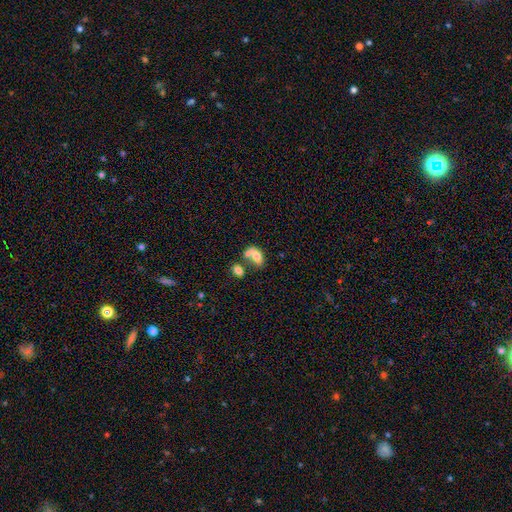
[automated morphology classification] Smooth or featured?
  - smooth: 64% *
  - featured or disk: 26%
  - star or artifact: 9%
How rounded?
  - in between: 83% *
  - round: 14%
  - cigar-shaped: 2%
Merging?
  - merger: 58% *
  - none: 20%
  - major disturbance: 12%
  - minor disturbance: 11%